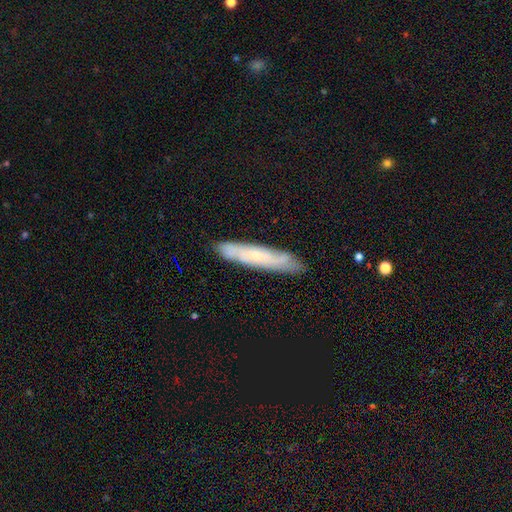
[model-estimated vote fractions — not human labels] This is possibly a featured or disk galaxy (58%). It is possibly viewed edge-on (51%). Merging: clearly none (86%).